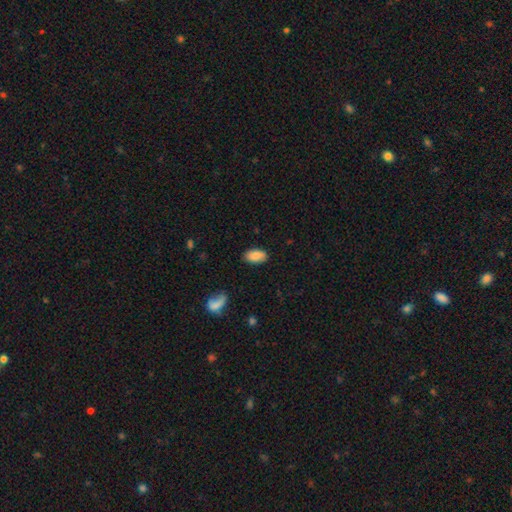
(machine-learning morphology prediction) Smooth or featured? smooth (84%)
How rounded? in between (94%)
Merging? none (83%)